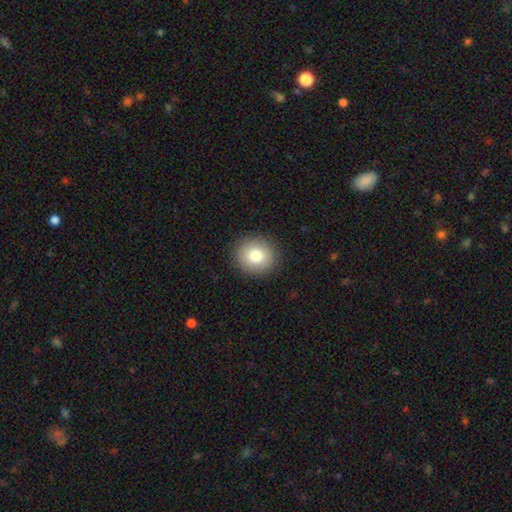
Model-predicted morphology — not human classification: Smooth or featured? smooth (80%)
How rounded? round (85%)
Merging? none (91%)